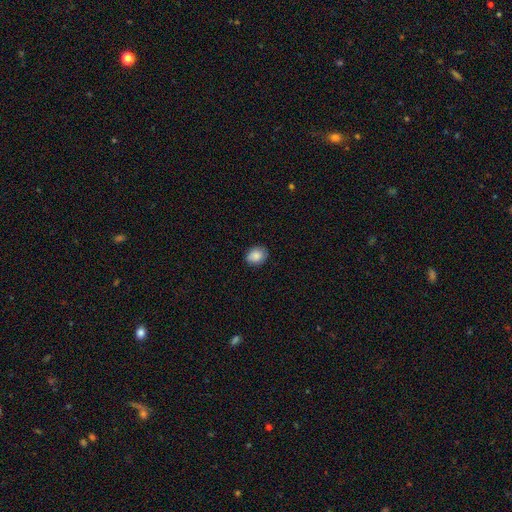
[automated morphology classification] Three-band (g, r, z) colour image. It shows a smooth galaxy with no disk features (85%) that is round (51%). Merging: none (84%).